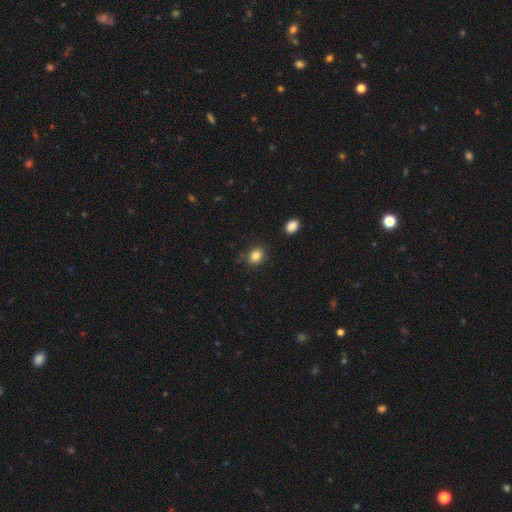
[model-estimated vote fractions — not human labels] This appears to be a smooth galaxy with no disk features (85%) that is round (62%). Merging: none (83%).